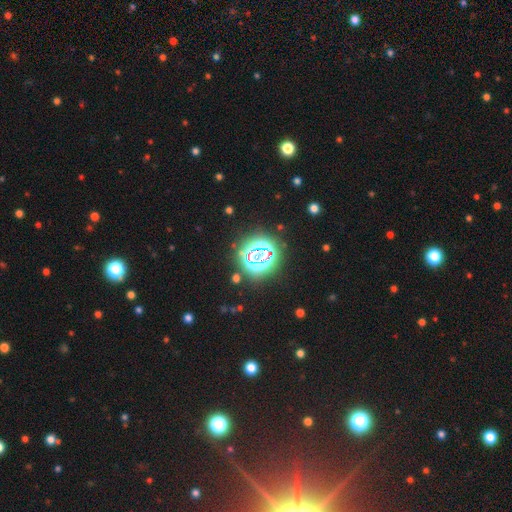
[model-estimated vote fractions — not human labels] This appears to be a star or artifact, not a galaxy (77%).